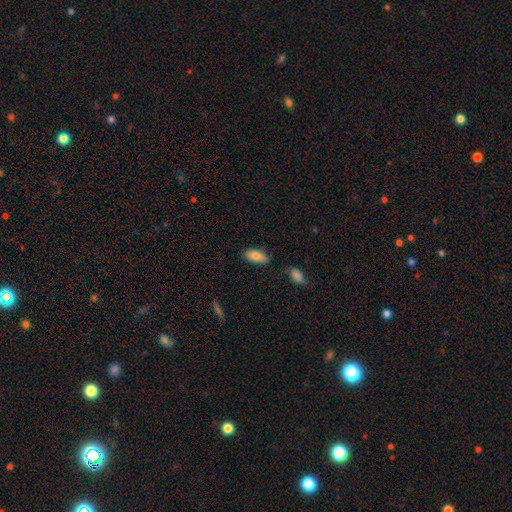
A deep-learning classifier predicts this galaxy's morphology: type=smooth (82%); roundness=in between (89%); merging=none (74%).